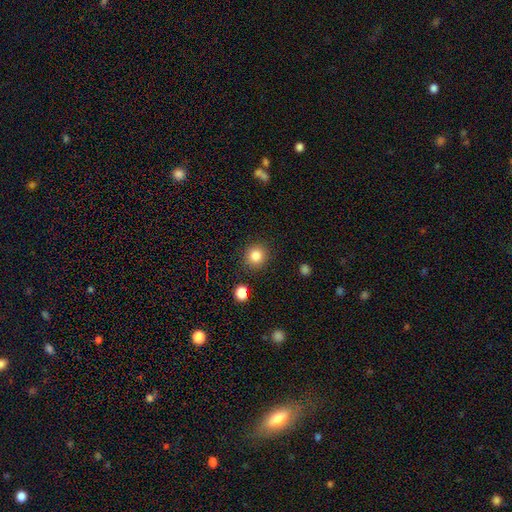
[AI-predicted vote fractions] Q: Smooth or featured?
A: smooth (84%); runner-up: star or artifact (11%)
Q: How rounded?
A: round (90%); runner-up: in between (9%)
Q: Merging?
A: none (89%); runner-up: minor disturbance (7%)